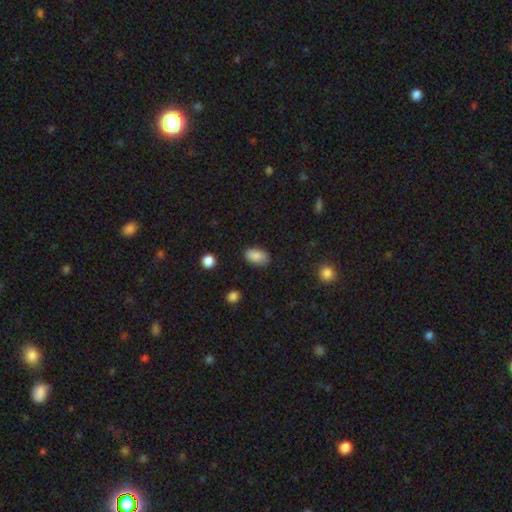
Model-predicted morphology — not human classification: A smooth galaxy with no disk features (87%) that is in between round and cigar-shaped (91%).

Vote fractions:
- Smooth or featured? smooth: 87% / star or artifact: 8% / featured or disk: 5%
- How rounded? in between: 91% / round: 7% / cigar-shaped: 2%
- Merging? none: 80% / minor disturbance: 15% / major disturbance: 3% / merger: 1%